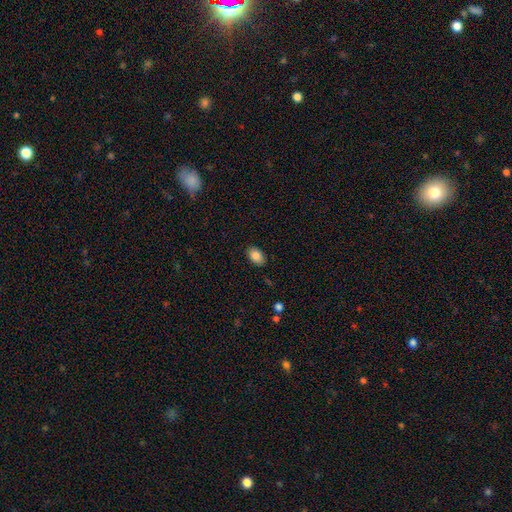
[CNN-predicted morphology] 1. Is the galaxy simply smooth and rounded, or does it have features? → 86% smooth, 8% star or artifact, 6% featured or disk.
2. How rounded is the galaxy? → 85% in between, 14% round, 1% cigar-shaped.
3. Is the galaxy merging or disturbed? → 87% none, 10% minor disturbance, 2% major disturbance, 1% merger.